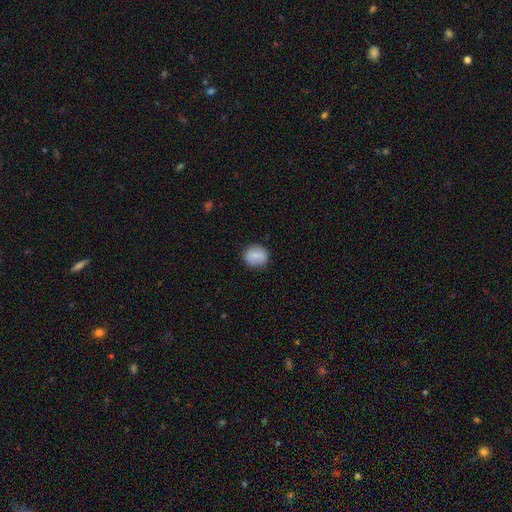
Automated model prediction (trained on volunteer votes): Overall: smooth (78%). How rounded: round (81%). Merging: none (85%).